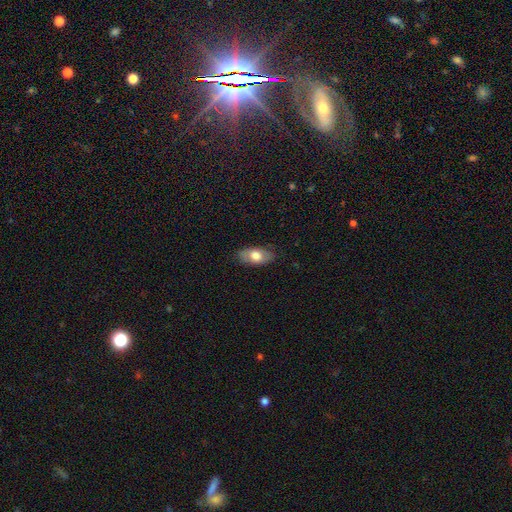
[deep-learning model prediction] This appears to be a smooth galaxy with no disk features (70%) that is in between round and cigar-shaped (90%). Merging: none (82%).